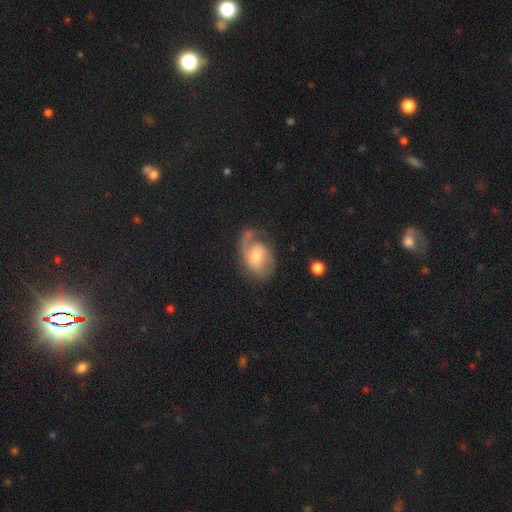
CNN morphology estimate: smooth_or_featured: featured or disk (p=0.79) [alt: smooth p=0.14]
disk_edge_on: no (p=0.97) [alt: yes p=0.03]
bar: no (p=0.50) [alt: weak p=0.41]
has_spiral_arms: yes (p=0.94) [alt: no p=0.06]
spiral_winding: medium (p=0.47) [alt: tight p=0.28]
spiral_arm_count: 2 (p=0.69) [alt: 1 p=0.20]
bulge_size: moderate (p=0.50) [alt: small p=0.43]
merging: none (p=0.61) [alt: minor disturbance p=0.21]